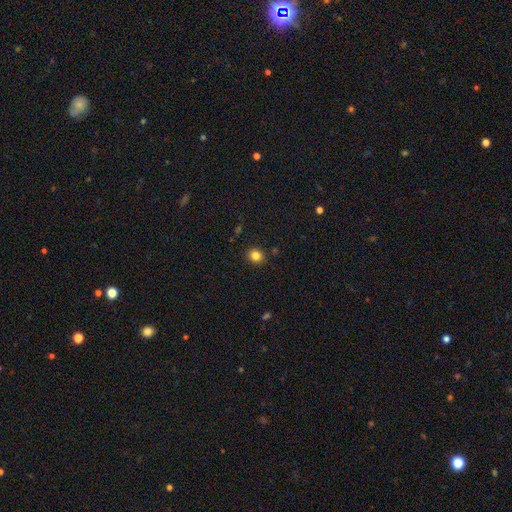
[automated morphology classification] type=smooth (82%); roundness=round (78%); merging=none (90%).